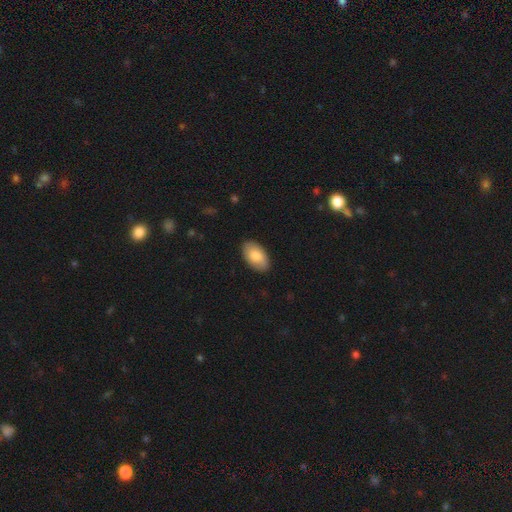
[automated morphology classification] smooth_or_featured: smooth (p=0.81) [alt: featured or disk p=0.14]
how_rounded: in between (p=0.95) [alt: round p=0.04]
merging: none (p=0.89) [alt: minor disturbance p=0.08]